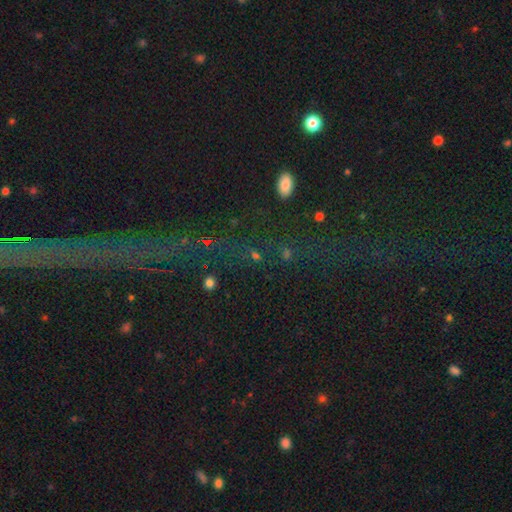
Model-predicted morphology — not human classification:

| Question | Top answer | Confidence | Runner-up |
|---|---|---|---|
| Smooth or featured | star or artifact | 45% | smooth (41%) |